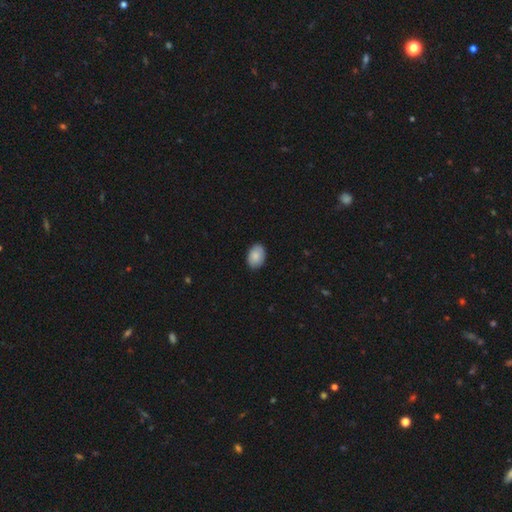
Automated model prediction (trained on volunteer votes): The model was most divided on "how rounded": in between: 81%, round: 18%, cigar-shaped: 1%. More confident: merging — none (86%); smooth or featured — smooth (85%).